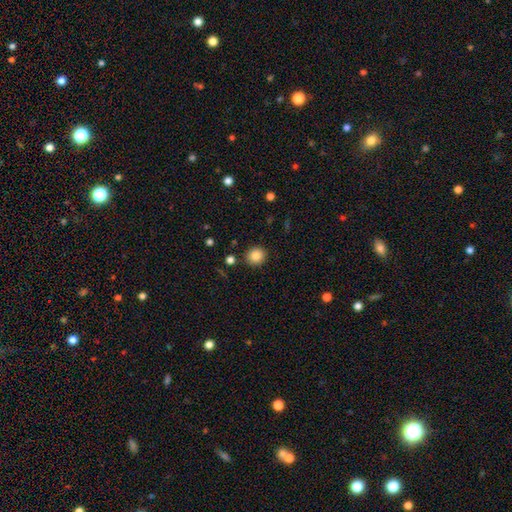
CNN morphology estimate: The model was most divided on "smooth or featured": smooth: 85%, star or artifact: 10%, featured or disk: 5%. More confident: merging — none (90%); how rounded — round (88%).